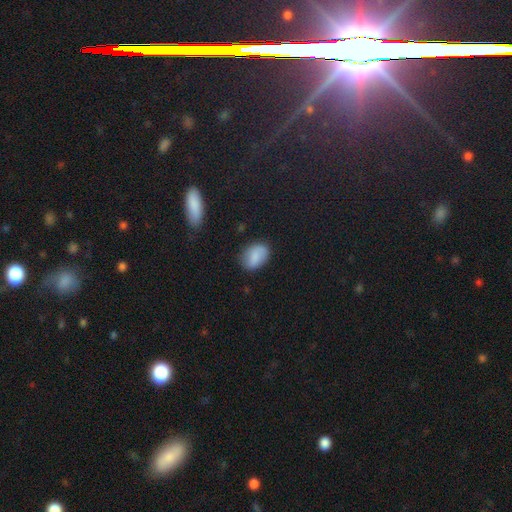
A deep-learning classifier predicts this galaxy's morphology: Smooth or featured? smooth (82%)
How rounded? in between (84%)
Merging? none (77%)